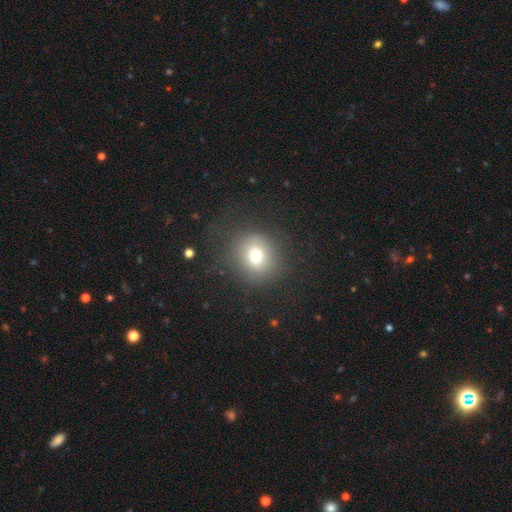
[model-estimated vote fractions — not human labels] A smooth galaxy with no disk features (71%) that is round (84%).

Vote fractions:
- Smooth or featured? smooth: 71% / star or artifact: 16% / featured or disk: 13%
- How rounded? round: 84% / in between: 15% / cigar-shaped: 1%
- Merging? none: 78% / minor disturbance: 12% / major disturbance: 9% / merger: 1%